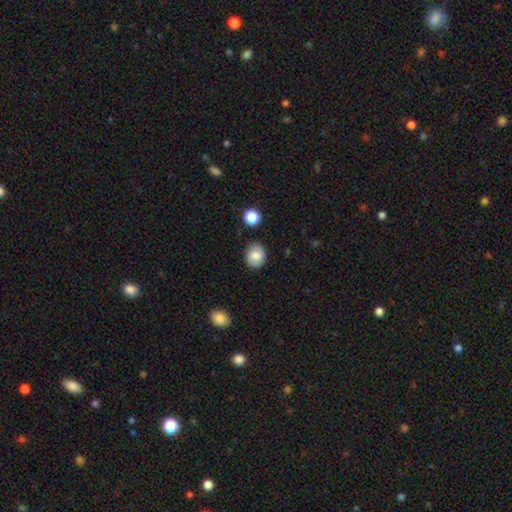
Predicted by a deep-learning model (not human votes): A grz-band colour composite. It shows a smooth galaxy with no disk features (80%) that is round (62%). Merging: none (84%).